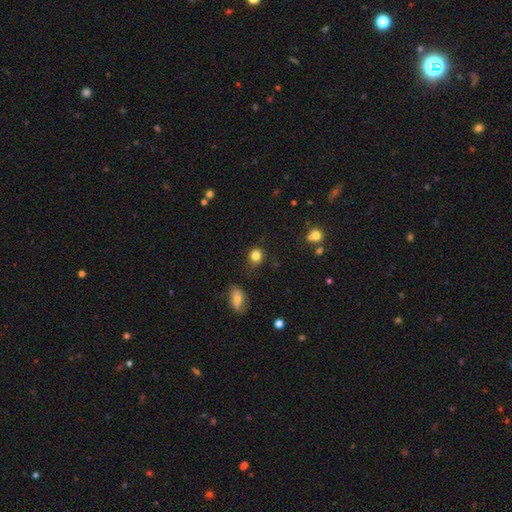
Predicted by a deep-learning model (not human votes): Morphology: type=smooth (83%); roundness=round (77%); merging=none (77%).